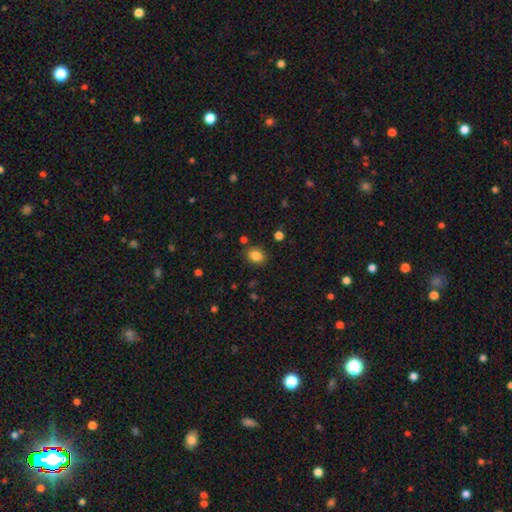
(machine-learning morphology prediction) The model was most divided on "how rounded": in between: 56%, round: 43%, cigar-shaped: 1%. More confident: merging — none (84%); smooth or featured — smooth (83%).